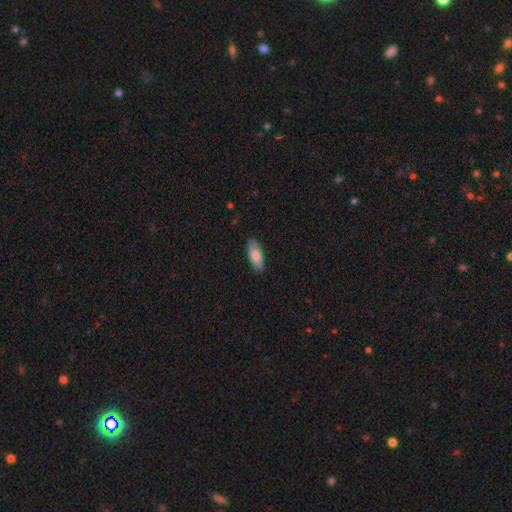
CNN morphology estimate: smooth 80%, featured or disk 14%, star or artifact 6%. Down the decision tree: how rounded — in between (75%); merging — none (86%).